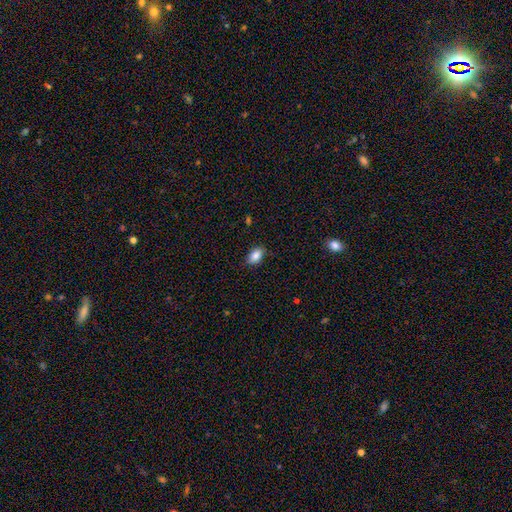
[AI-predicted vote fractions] Morphology: type=smooth (86%); roundness=in between (89%); merging=none (84%).